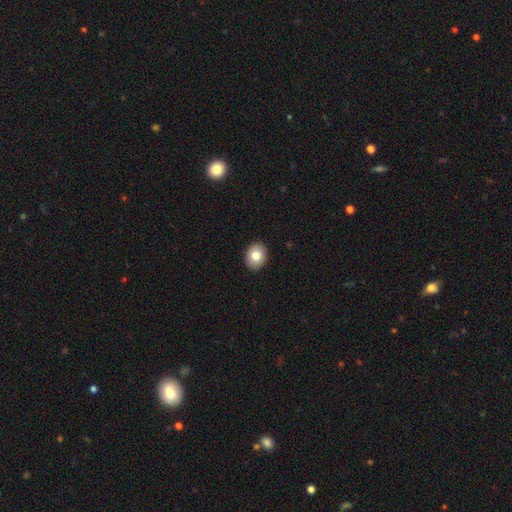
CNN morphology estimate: smooth-or-featured: smooth: 79% | featured or disk: 13% | star or artifact: 8%
  how-rounded: in between: 56% | round: 43% | cigar-shaped: 1%
  merging: none: 91% | minor disturbance: 6% | major disturbance: 2% | merger: 1%